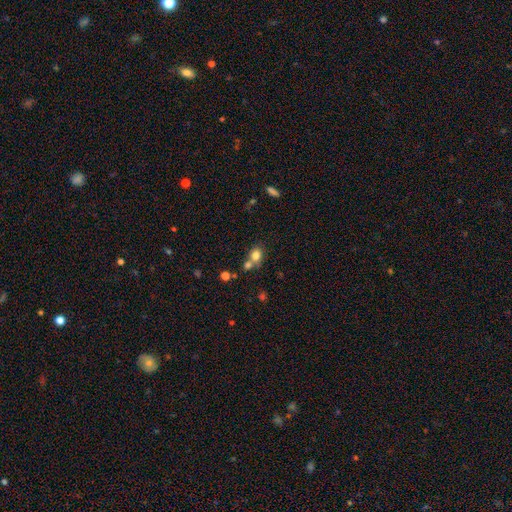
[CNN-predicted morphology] Q: Smooth or featured?
A: smooth (78%); runner-up: star or artifact (13%)
Q: How rounded?
A: round (65%); runner-up: in between (33%)
Q: Merging?
A: none (46%); runner-up: merger (41%)